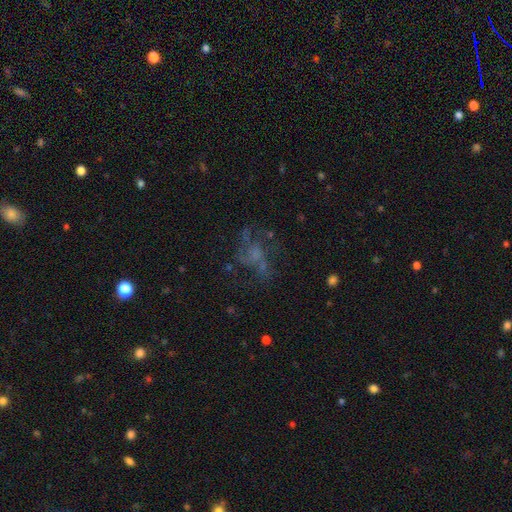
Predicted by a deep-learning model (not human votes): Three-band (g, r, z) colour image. It shows a featured or disk galaxy (52%). Merging: none (49%).